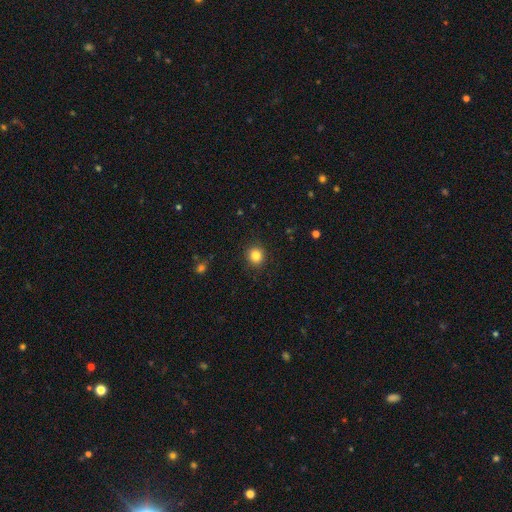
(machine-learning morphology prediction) A smooth galaxy with no disk features (84%) that is round (89%).

Vote fractions:
- Smooth or featured? smooth: 84% / star or artifact: 11% / featured or disk: 5%
- How rounded? round: 89% / in between: 10% / cigar-shaped: 1%
- Merging? none: 90% / minor disturbance: 7% / major disturbance: 2% / merger: 1%